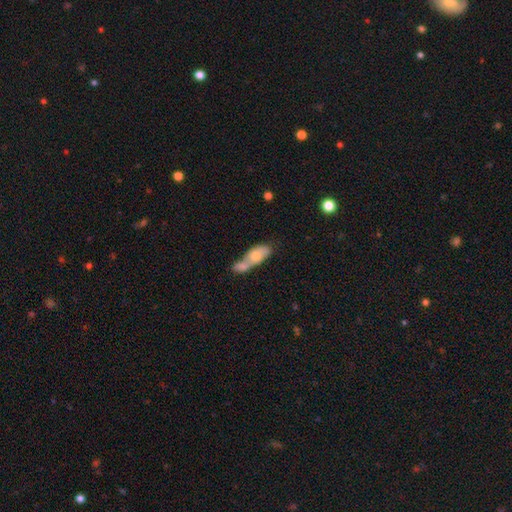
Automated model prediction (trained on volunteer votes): This appears to be a smooth galaxy with no disk features (65%) that is in between round and cigar-shaped (74%). Merging: merger (66%).